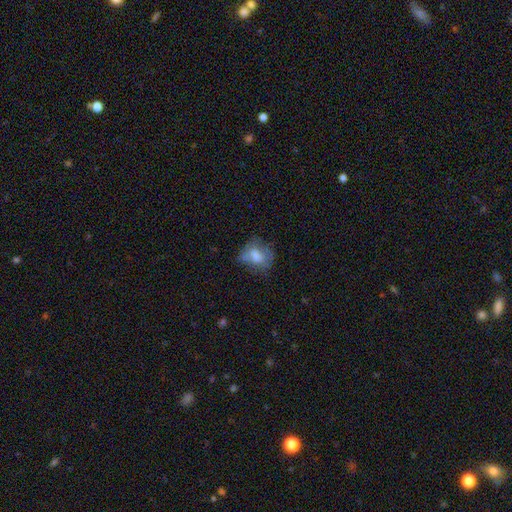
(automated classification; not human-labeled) Smooth or featured: smooth — 66% (featured or disk — 24%)
How rounded: in between — 58% (round — 40%)
Merging: none — 46% (minor disturbance — 29%)